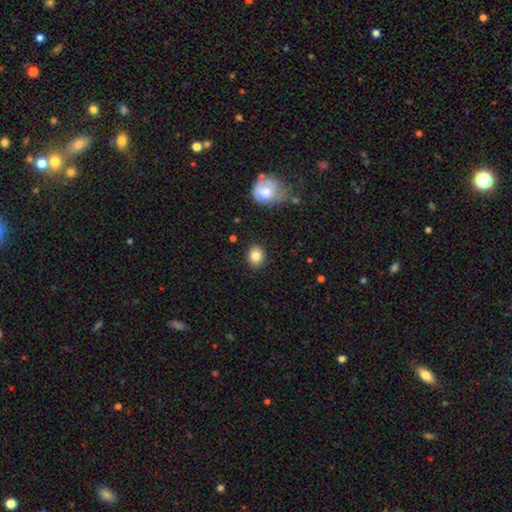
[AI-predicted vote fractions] Q: Smooth or featured?
A: smooth (84%); runner-up: star or artifact (9%)
Q: How rounded?
A: round (66%); runner-up: in between (33%)
Q: Merging?
A: none (89%); runner-up: minor disturbance (7%)